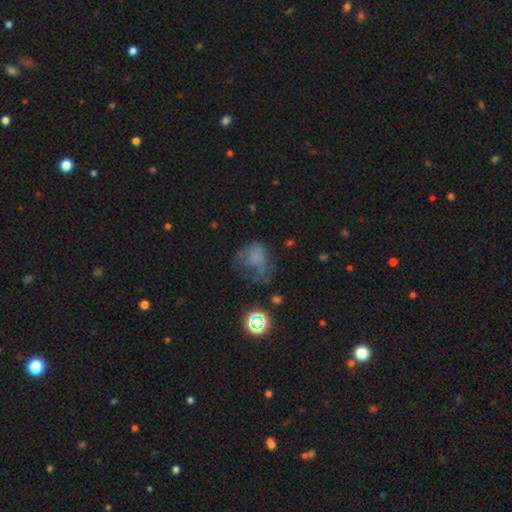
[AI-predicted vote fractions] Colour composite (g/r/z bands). It shows a smooth galaxy with no disk features (50%) that is round (51%). Merging: major disturbance (44%).